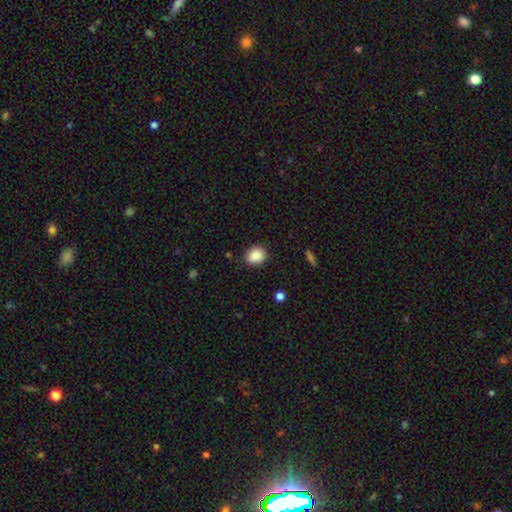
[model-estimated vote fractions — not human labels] This appears to be a smooth galaxy with no disk features (89%) that is round (62%). Merging: none (85%).